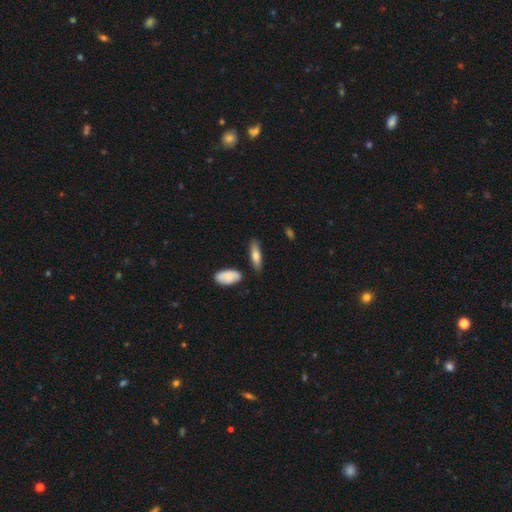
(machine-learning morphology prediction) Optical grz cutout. It shows a smooth galaxy with no disk features (71%) that is cigar-shaped (52%). Merging: none (79%).